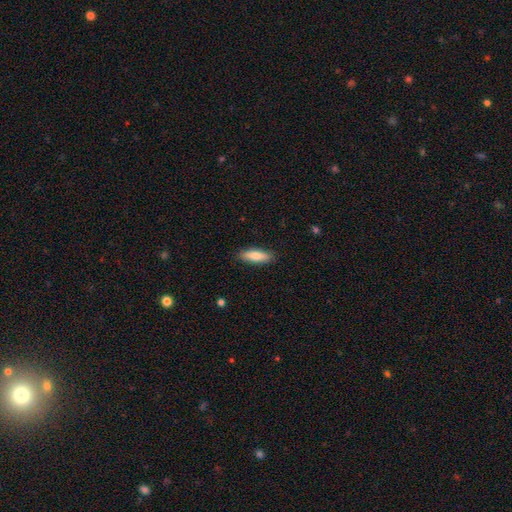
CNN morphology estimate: This appears to be a smooth galaxy with no disk features (79%) that is in between round and cigar-shaped (55%). Merging: none (88%).